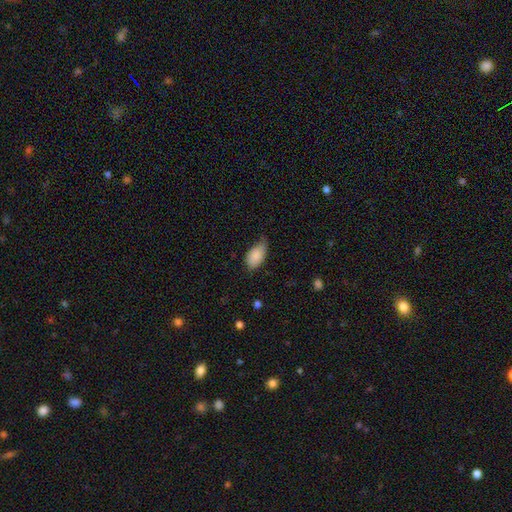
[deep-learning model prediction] Morphology: type=smooth (86%); roundness=in between (94%); merging=none (44%, tied with minor disturbance).